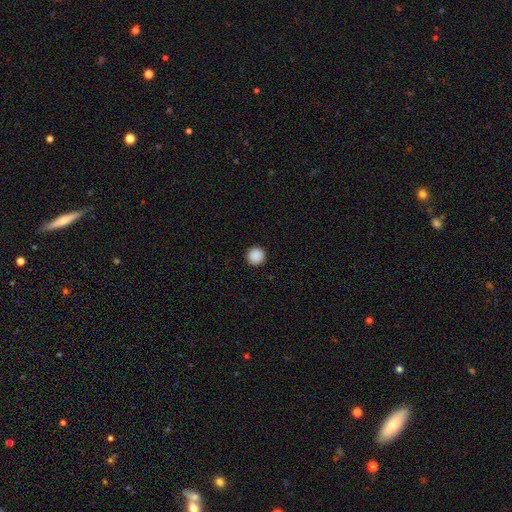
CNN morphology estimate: type=smooth (89%); roundness=round (95%); merging=none (93%).